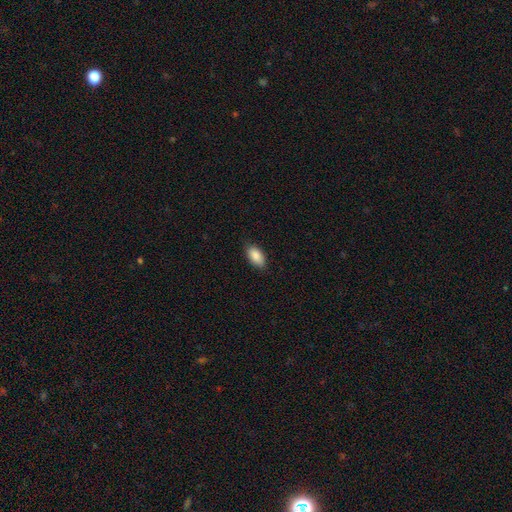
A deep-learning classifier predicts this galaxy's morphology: Smooth or featured: smooth — 88% (star or artifact — 7%)
How rounded: in between — 93% (cigar-shaped — 3%)
Merging: none — 85% (minor disturbance — 12%)